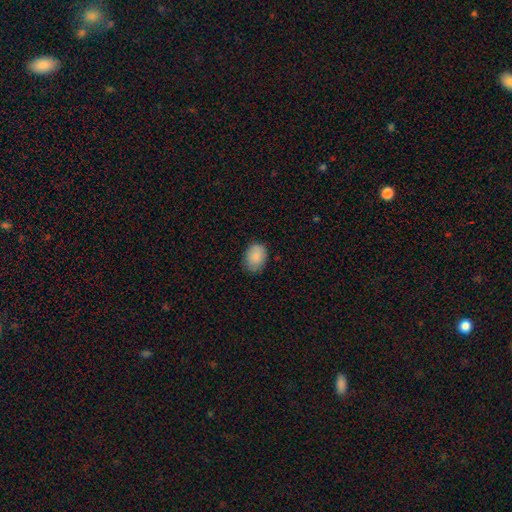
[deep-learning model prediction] Smooth or featured? Predicted: smooth (p=0.88). How rounded? Predicted: in between (p=0.75). Merging? Predicted: none (p=0.81).